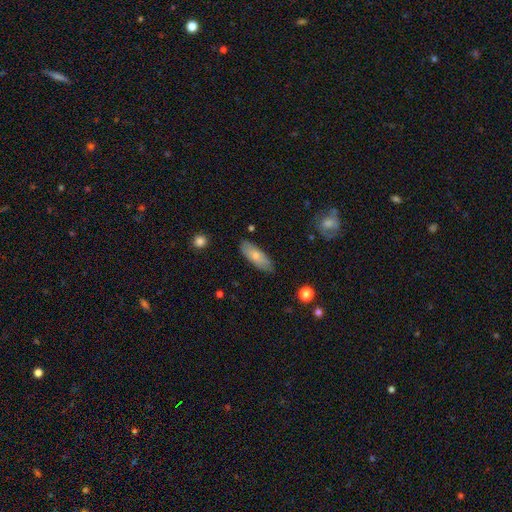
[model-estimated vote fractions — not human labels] smooth_or_featured: smooth (p=0.72) [alt: featured or disk p=0.22]
how_rounded: in between (p=0.68) [alt: cigar-shaped p=0.29]
merging: none (p=0.82) [alt: minor disturbance p=0.14]